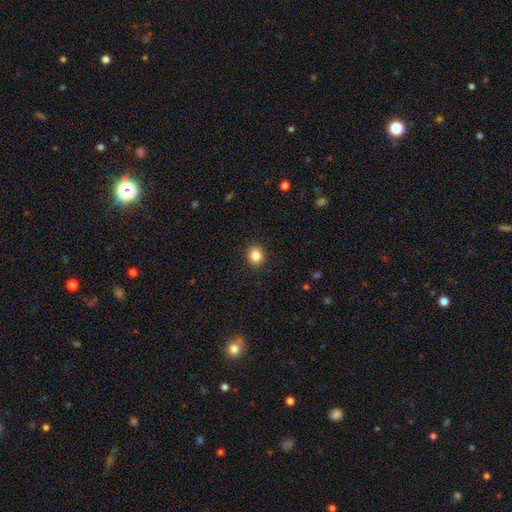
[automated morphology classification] Q: Smooth or featured?
A: smooth (85%); runner-up: star or artifact (10%)
Q: How rounded?
A: round (83%); runner-up: in between (16%)
Q: Merging?
A: none (92%); runner-up: minor disturbance (6%)